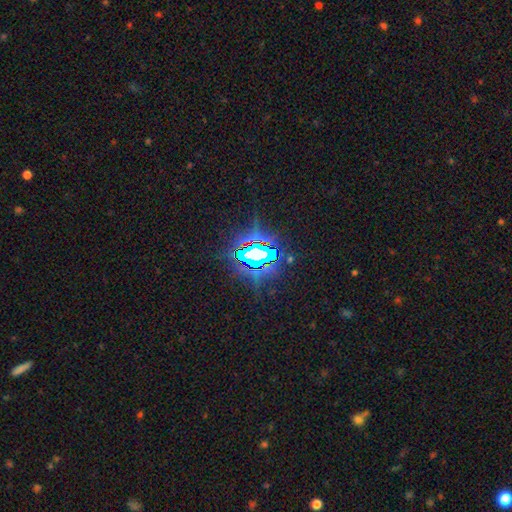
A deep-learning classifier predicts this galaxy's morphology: This appears to be a star or artifact, not a galaxy (77%).